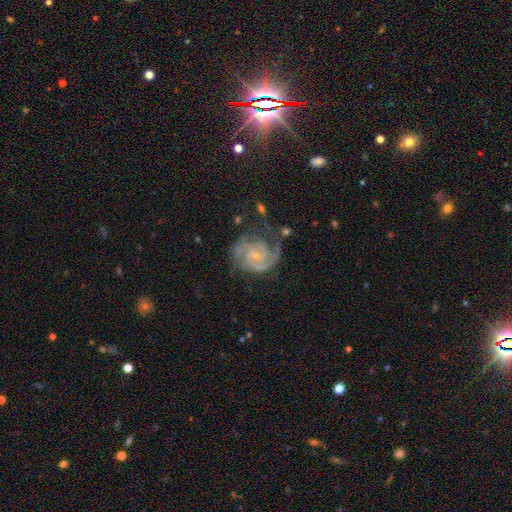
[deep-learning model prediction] Smooth or featured?
  - featured or disk: 90% *
  - star or artifact: 6%
  - smooth: 4%
Edge-on disk?
  - no: 98% *
  - yes: 2%
Bar?
  - no: 56% *
  - weak: 35%
  - strong: 9%
Spiral arms?
  - yes: 98% *
  - no: 2%
Spiral winding?
  - tight: 65% *
  - medium: 31%
  - loose: 4%
Spiral arm count?
  - 2: 62% *
  - 3: 18%
  - can't tell: 9%
  - 4: 4%
  - 1: 4%
  - more than 4: 3%
Bulge size?
  - small: 74% *
  - moderate: 16%
  - none: 8%
  - large: 1%
  - dominant: 1%
Merging?
  - none: 62% *
  - minor disturbance: 21%
  - major disturbance: 13%
  - merger: 4%